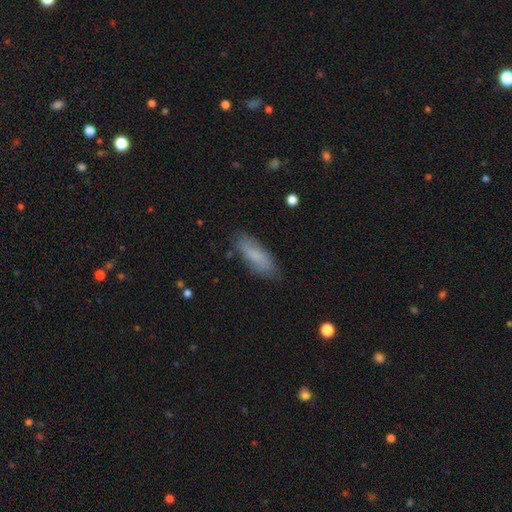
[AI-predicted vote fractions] Overall: smooth (76%). How rounded: in between (61%; cigar-shaped 37%). Merging: none (80%).